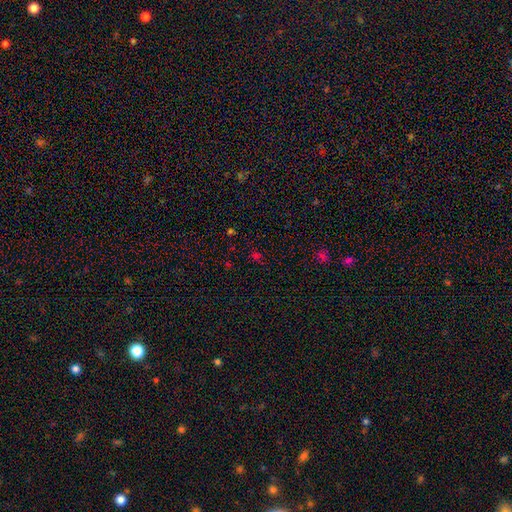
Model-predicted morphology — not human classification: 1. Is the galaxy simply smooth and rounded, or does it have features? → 55% star or artifact, 38% smooth, 7% featured or disk.